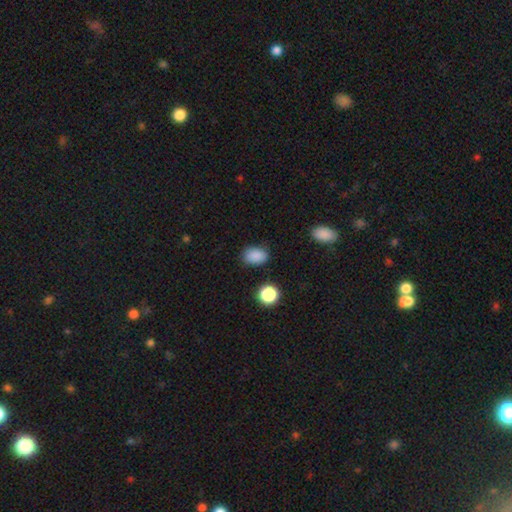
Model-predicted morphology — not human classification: Smooth or featured? smooth (87%)
How rounded? in between (79%)
Merging? none (82%)